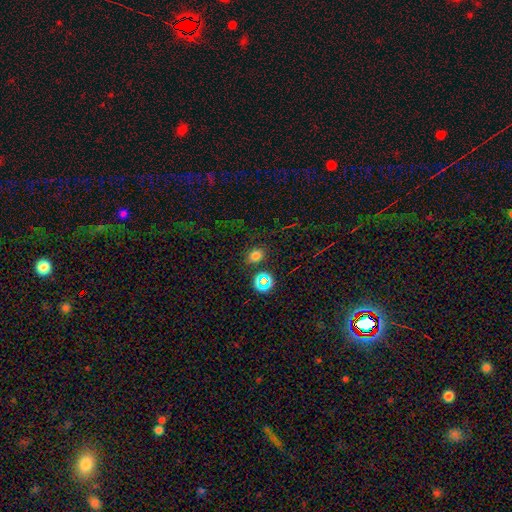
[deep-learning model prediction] Overall: smooth (71%). How rounded: round (51%; in between 48%). Merging: none (80%).